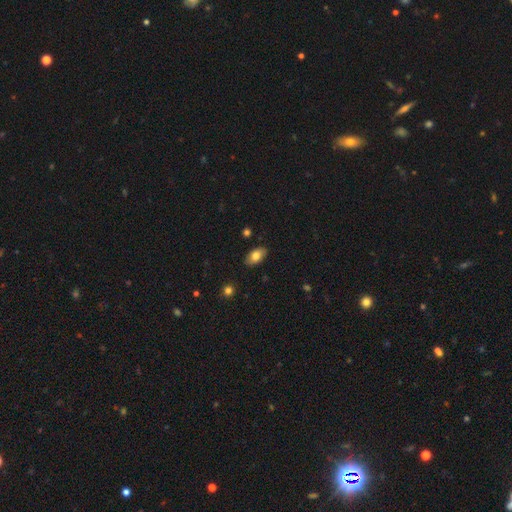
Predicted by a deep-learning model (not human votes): A smooth galaxy with no disk features (79%) that is in between round and cigar-shaped (92%). Merging: none (86%).